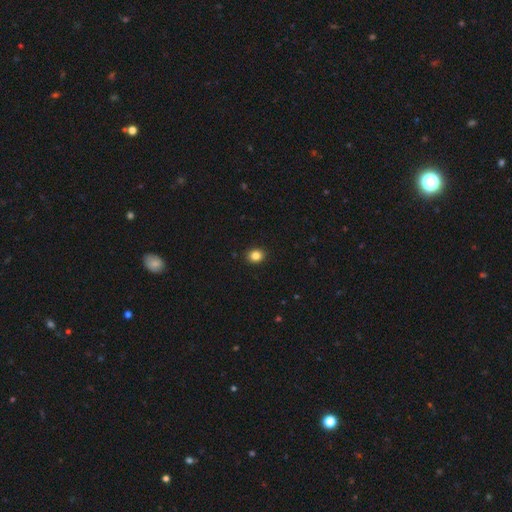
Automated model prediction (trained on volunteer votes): A smooth galaxy with no disk features (85%) that is round (64%). Merging: none (92%).